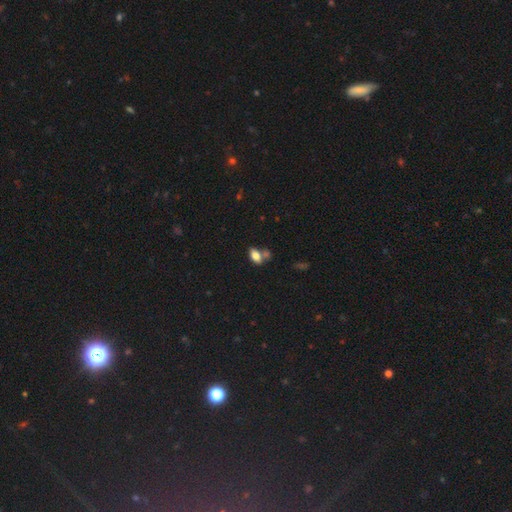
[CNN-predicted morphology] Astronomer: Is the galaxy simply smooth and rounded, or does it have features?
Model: smooth — 80%.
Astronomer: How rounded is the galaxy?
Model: in between — 91%.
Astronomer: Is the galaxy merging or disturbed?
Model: none — 49% (runner-up: merger, 33%).